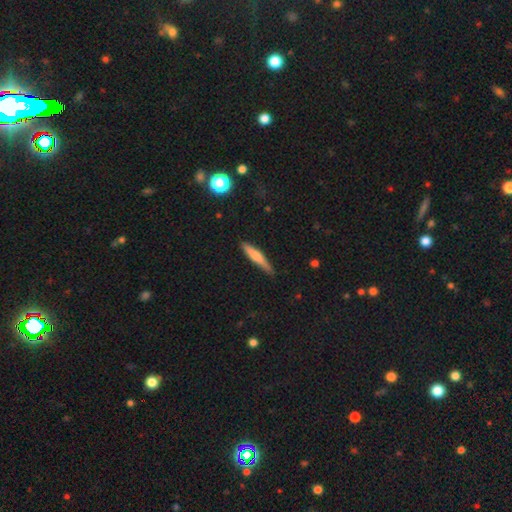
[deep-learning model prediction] smooth 59%, featured or disk 34%, star or artifact 6%. Down the decision tree: how rounded — cigar-shaped (91%); merging — none (83%).